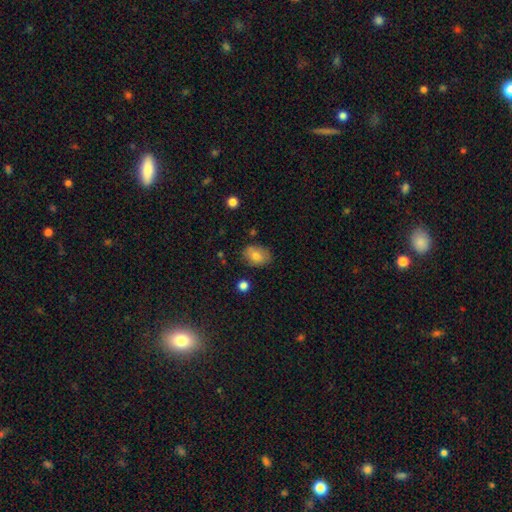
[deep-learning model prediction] This appears to be a smooth galaxy with no disk features (79%) that is in between round and cigar-shaped (76%). Merging: none (78%).